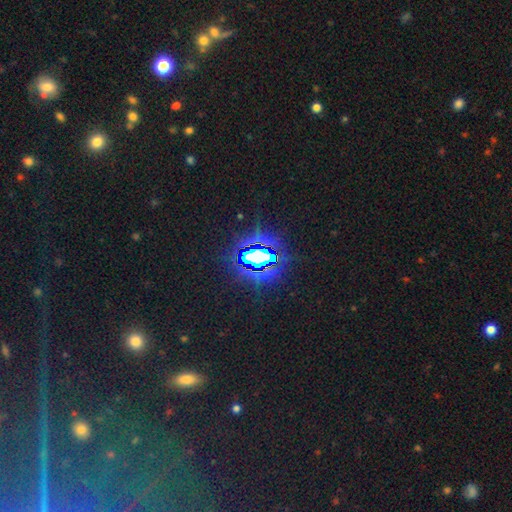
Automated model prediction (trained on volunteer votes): smooth-or-featured: star or artifact: 79% | smooth: 11% | featured or disk: 10%